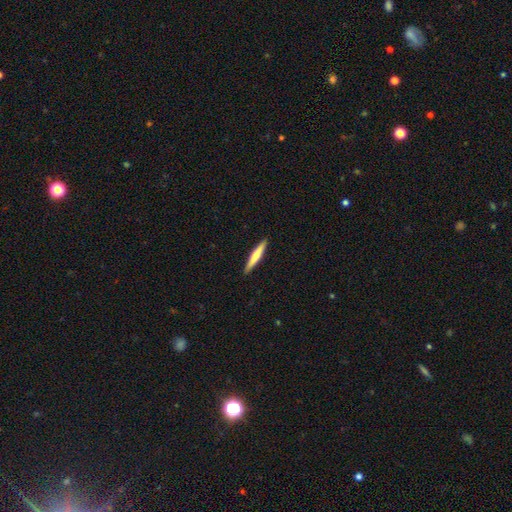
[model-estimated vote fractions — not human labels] This is likely a smooth galaxy (61%). How rounded: clearly cigar-shaped (93%). Merging: clearly none (91%).